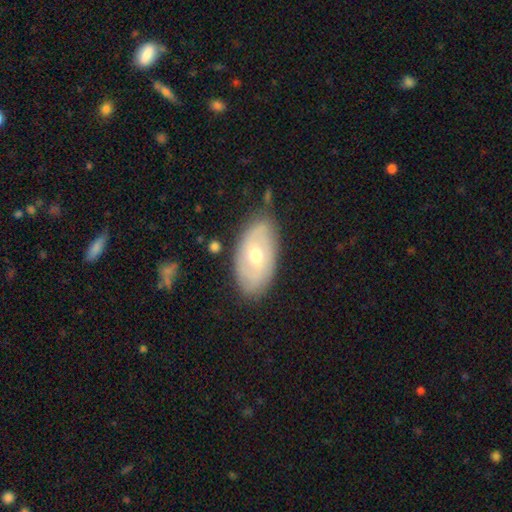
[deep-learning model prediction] The model was most divided on "smooth or featured": featured or disk: 55%, smooth: 37%, star or artifact: 8%. More confident: edge-on disk — no (89%); merging — none (80%).